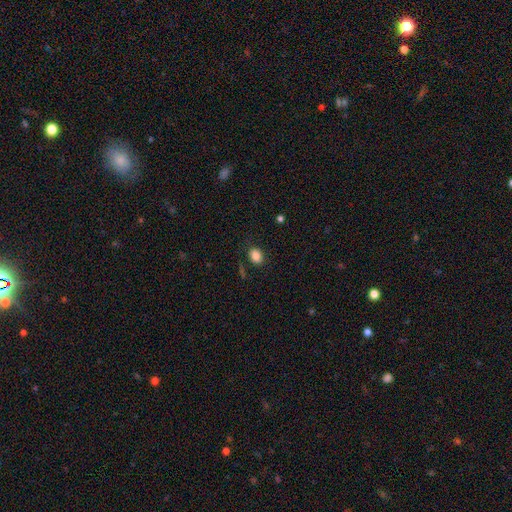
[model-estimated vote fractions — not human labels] Morphology: type=smooth (85%); roundness=in between (59%); merging=none (83%).